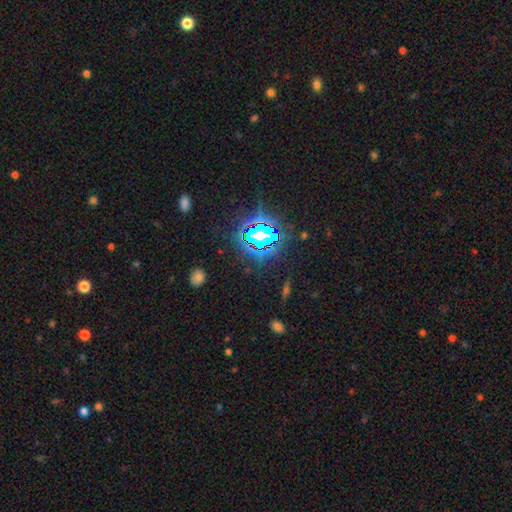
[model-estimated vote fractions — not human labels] Q: Smooth or featured?
A: star or artifact (83%); runner-up: smooth (10%)